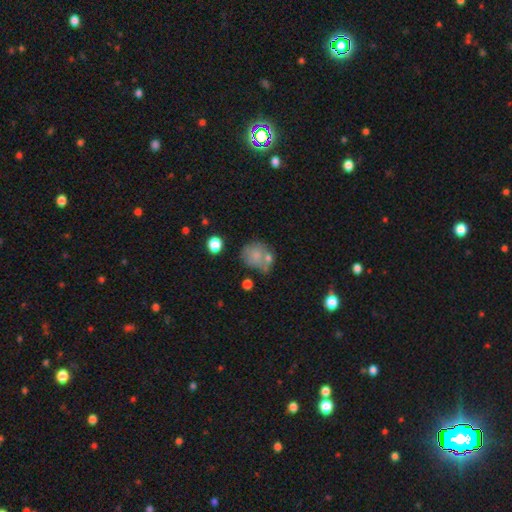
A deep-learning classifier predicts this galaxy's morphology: Smooth or featured? smooth (69%)
How rounded? round (75%)
Merging? none (43%)